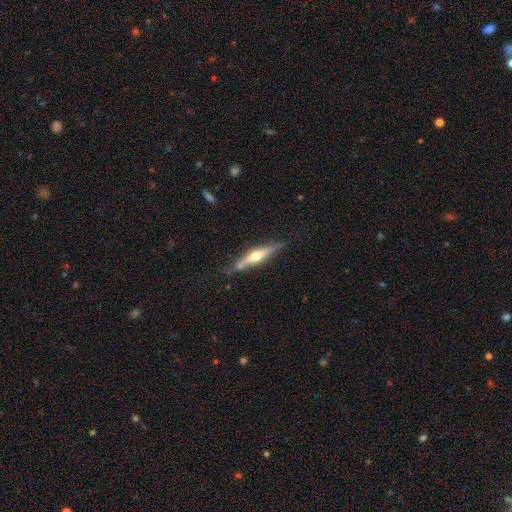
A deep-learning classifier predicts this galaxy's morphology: Smooth or featured? featured or disk (71%)
Edge-on disk? yes (96%)
Edge-on bulge? rounded (88%)
Merging? none (74%)